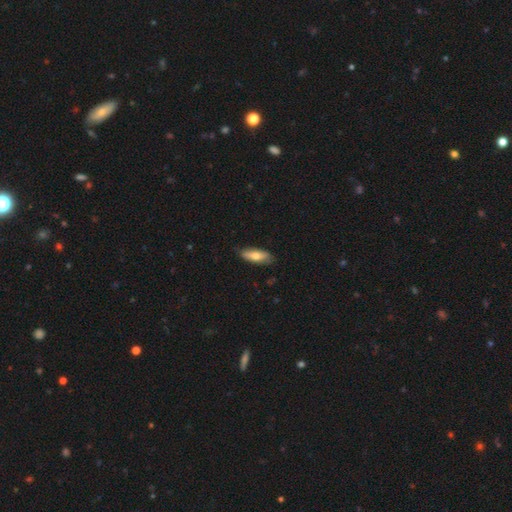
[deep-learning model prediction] The model was most divided on "how rounded": in between: 65%, cigar-shaped: 32%, round: 3%. More confident: merging — none (81%); smooth or featured — smooth (64%).